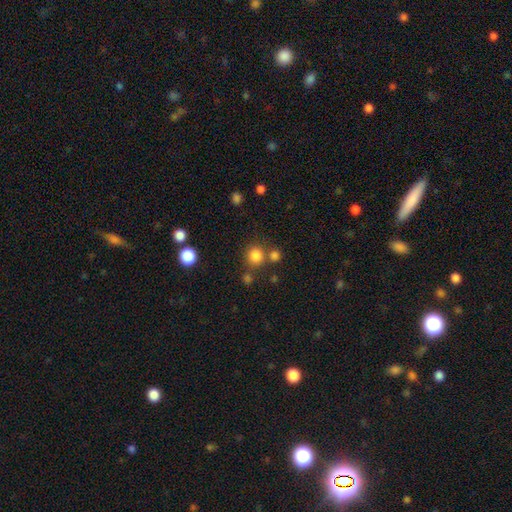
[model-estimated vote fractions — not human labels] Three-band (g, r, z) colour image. It shows a smooth galaxy with no disk features (81%) that is round (91%). Merging: none (72%).